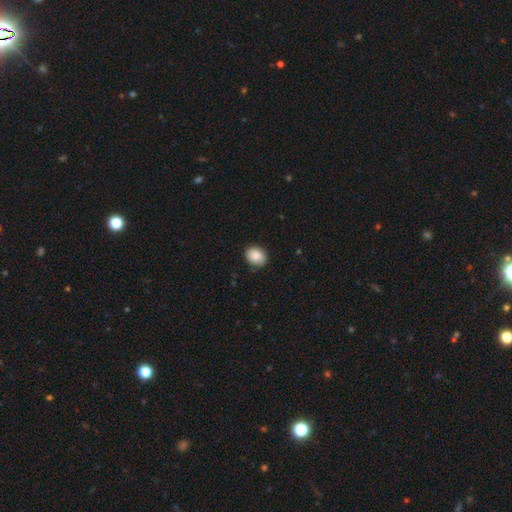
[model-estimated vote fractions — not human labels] A smooth galaxy with no disk features (88%) that is in between round and cigar-shaped (56%).

Vote fractions:
- Smooth or featured? smooth: 88% / star or artifact: 7% / featured or disk: 5%
- How rounded? in between: 56% / round: 43% / cigar-shaped: 1%
- Merging? none: 85% / minor disturbance: 11% / major disturbance: 2% / merger: 1%